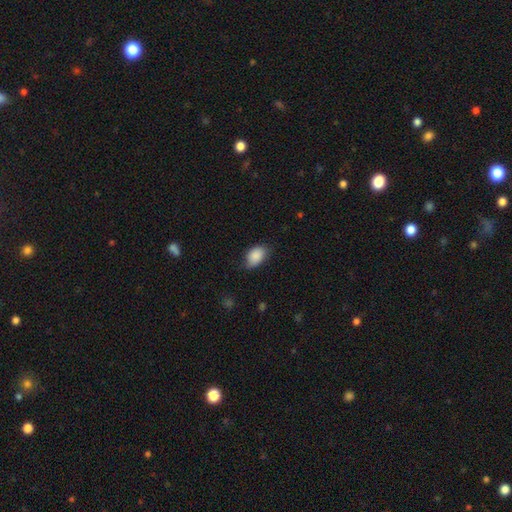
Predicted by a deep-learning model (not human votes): smooth_or_featured: smooth (p=0.88) [alt: star or artifact p=0.07]
how_rounded: in between (p=0.89) [alt: round p=0.10]
merging: none (p=0.69) [alt: minor disturbance p=0.26]